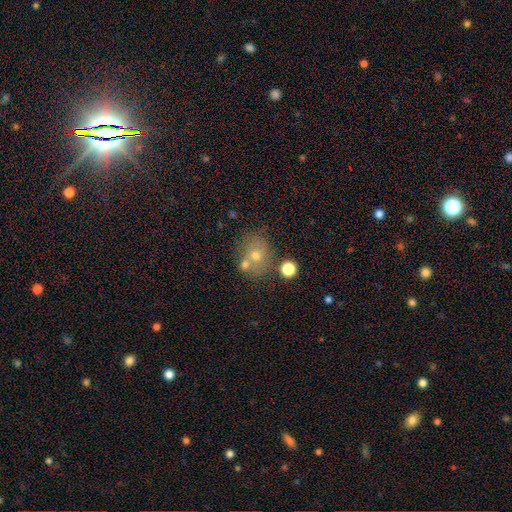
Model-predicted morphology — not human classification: Overall: smooth (61%; featured or disk 21%). How rounded: round (73%). Merging: none (57%; merger 27%).